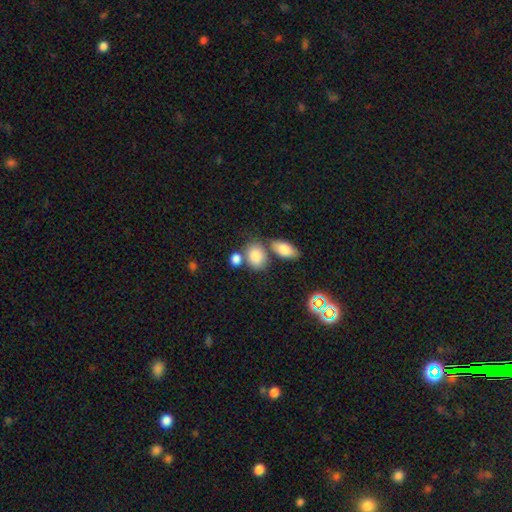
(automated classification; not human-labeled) This appears to be a smooth galaxy with no disk features (84%) that is in between round and cigar-shaped (66%). Merging: none (53%).